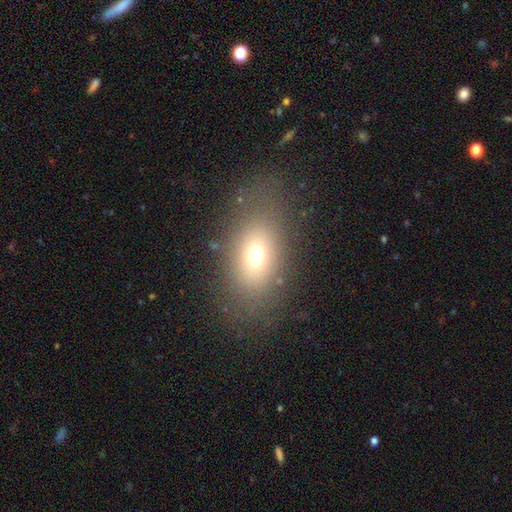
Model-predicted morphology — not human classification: This is likely a smooth galaxy (68%). How rounded: likely in between (78%). Merging: likely none (76%).